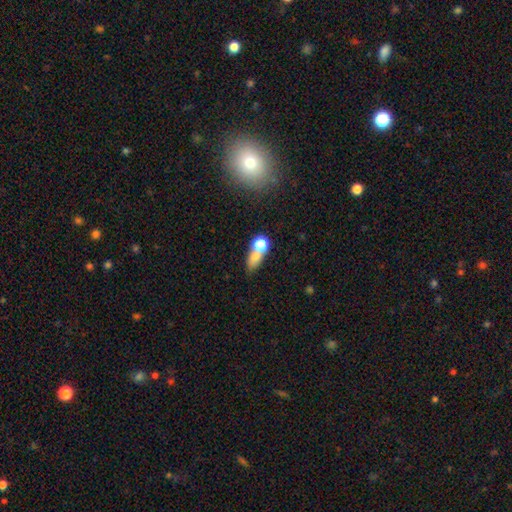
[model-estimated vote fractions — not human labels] A smooth galaxy with no disk features (69%) that is in between round and cigar-shaped (52%). Merging: merger (48%).